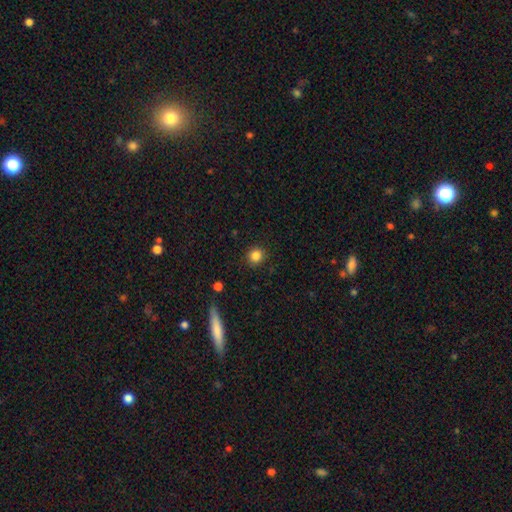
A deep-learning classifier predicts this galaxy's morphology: smooth-or-featured: smooth: 84% | star or artifact: 11% | featured or disk: 5%
  how-rounded: round: 91% | in between: 8% | cigar-shaped: 1%
  merging: none: 90% | minor disturbance: 6% | major disturbance: 2% | merger: 1%